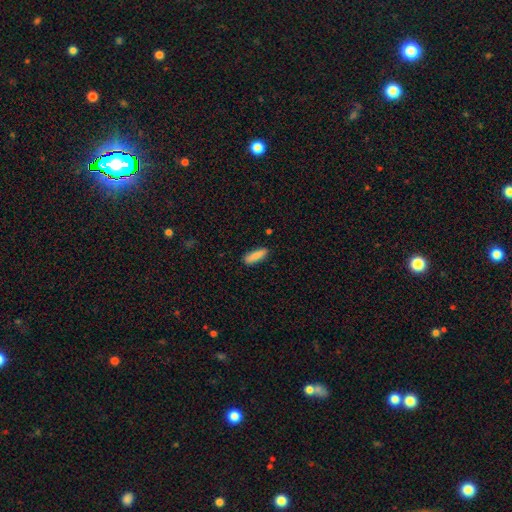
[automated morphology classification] Smooth or featured? Predicted: smooth (p=0.84). How rounded? Predicted: cigar-shaped (p=0.54). Merging? Predicted: none (p=0.86).